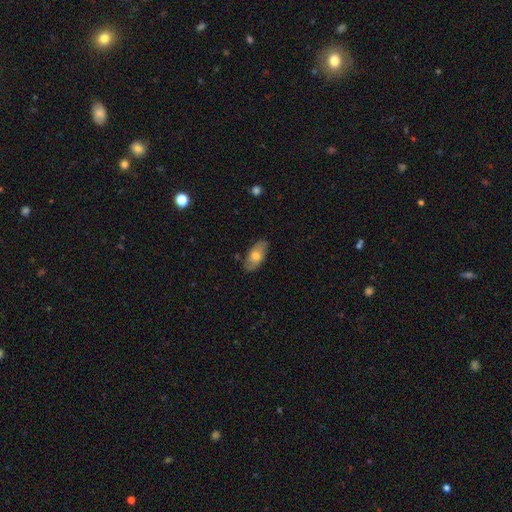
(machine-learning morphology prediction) smooth 56%, featured or disk 37%, star or artifact 7%. Down the decision tree: how rounded — in between (92%); merging — none (78%).